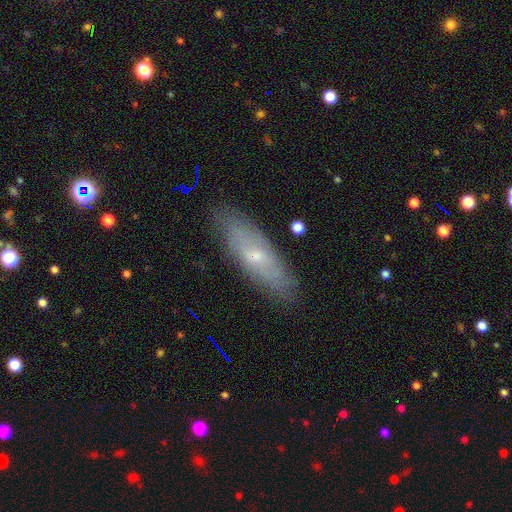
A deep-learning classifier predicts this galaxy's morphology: A featured or disk galaxy (48%).

Vote fractions:
- Smooth or featured? featured or disk: 48% / smooth: 45% / star or artifact: 8%
- Merging? none: 82% / minor disturbance: 14% / major disturbance: 3% / merger: 1%